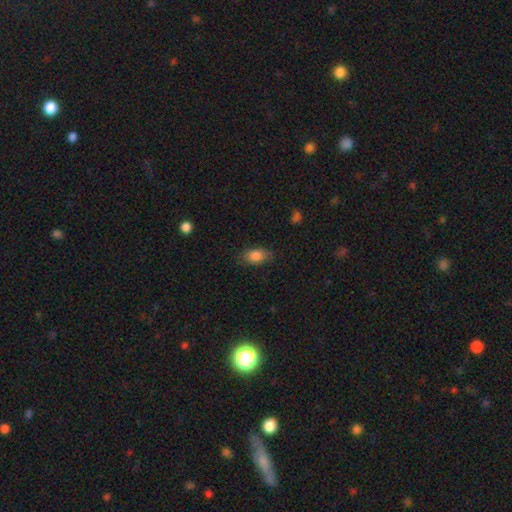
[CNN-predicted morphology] type=smooth (85%); roundness=in between (86%); merging=none (76%).